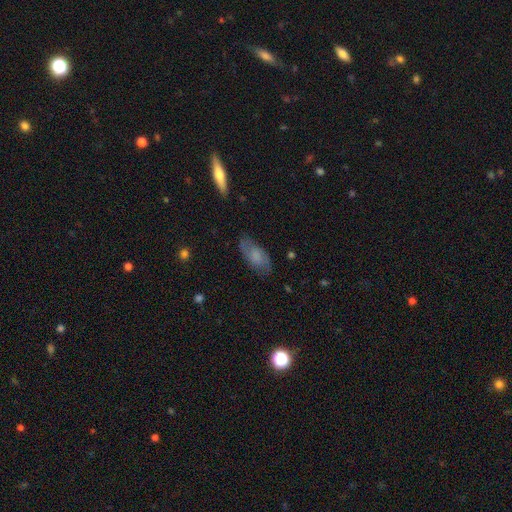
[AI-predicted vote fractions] smooth 51%, featured or disk 40%, star or artifact 8%. Down the decision tree: how rounded — in between (89%); merging — none (76%).